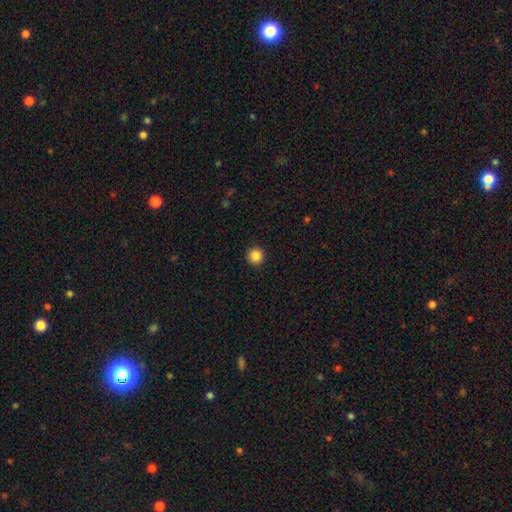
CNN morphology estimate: Smooth or featured? Predicted: smooth (p=0.86). How rounded? Predicted: round (p=0.95). Merging? Predicted: none (p=0.93).